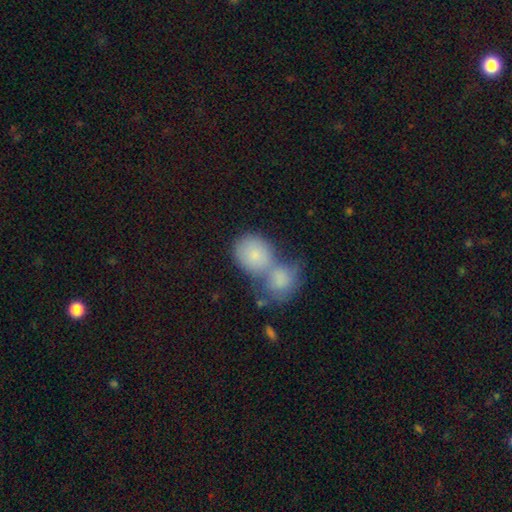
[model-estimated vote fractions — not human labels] Smooth or featured? Predicted: smooth (p=0.79). How rounded? Predicted: round (p=0.58). Merging? Predicted: merger (p=0.69).